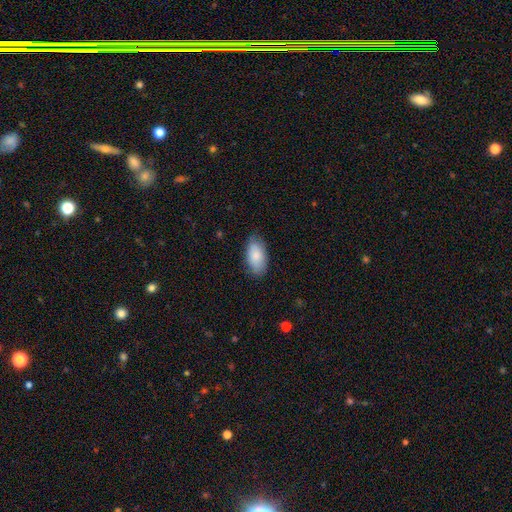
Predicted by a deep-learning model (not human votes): smooth 85%, featured or disk 10%, star or artifact 6%. Down the decision tree: how rounded — in between (94%); merging — none (80%).